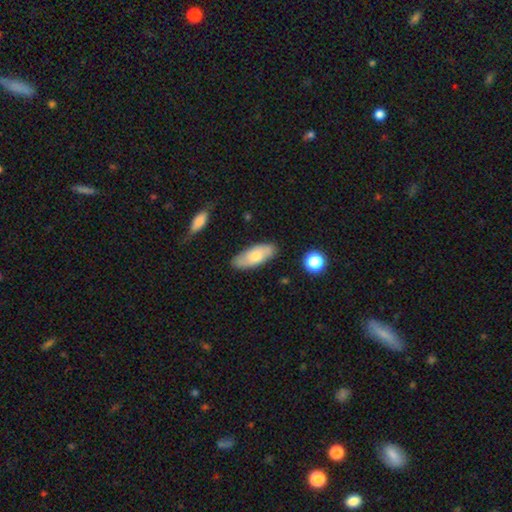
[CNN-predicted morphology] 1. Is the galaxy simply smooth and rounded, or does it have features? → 64% smooth, 29% featured or disk, 6% star or artifact.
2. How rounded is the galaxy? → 80% in between, 17% cigar-shaped, 3% round.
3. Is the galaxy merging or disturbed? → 83% none, 13% minor disturbance, 2% major disturbance, 2% merger.